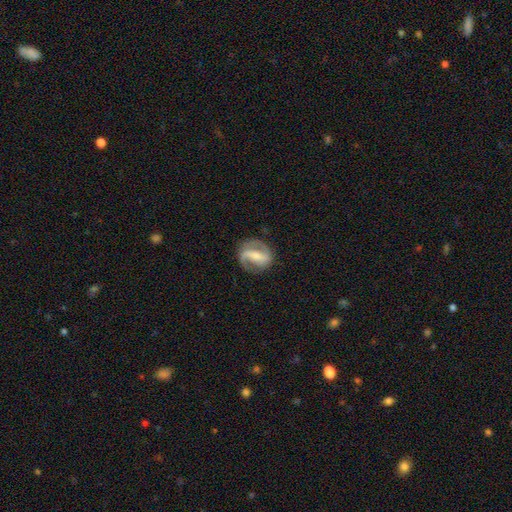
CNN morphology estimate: This is clearly a featured or disk galaxy (83%). It is clearly not viewed edge-on (97%). Bar: possibly strong (57%). Spiral arm pattern: clearly yes (93%). Spiral arm count: clearly 2 (88%). Spiral winding: possibly medium (49%). Central bulge: possibly small (49%). Merging: clearly none (80%).